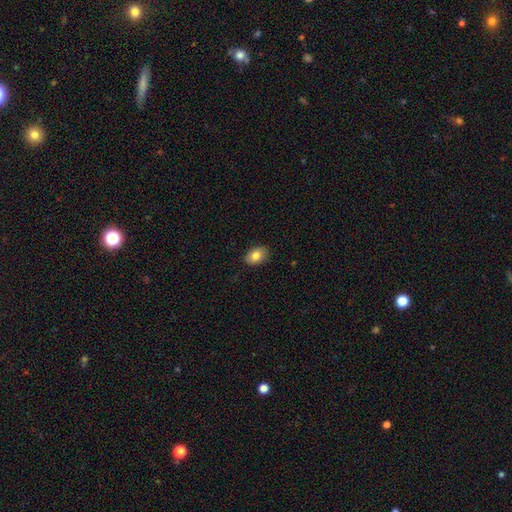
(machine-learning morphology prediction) Q: Smooth or featured?
A: smooth (82%); runner-up: featured or disk (10%)
Q: How rounded?
A: in between (82%); runner-up: round (17%)
Q: Merging?
A: none (88%); runner-up: minor disturbance (9%)